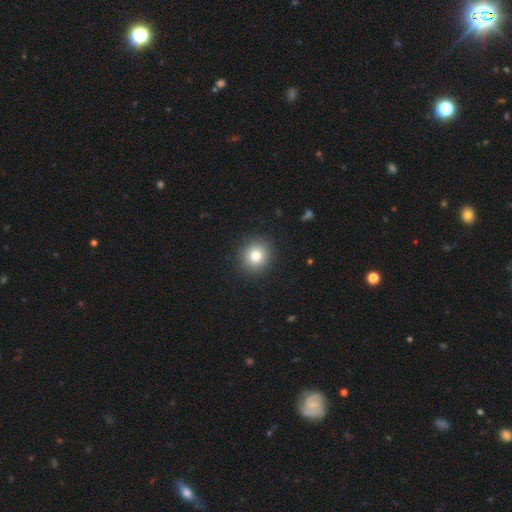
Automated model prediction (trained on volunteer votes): Morphology: type=smooth (81%); roundness=round (90%); merging=none (91%).